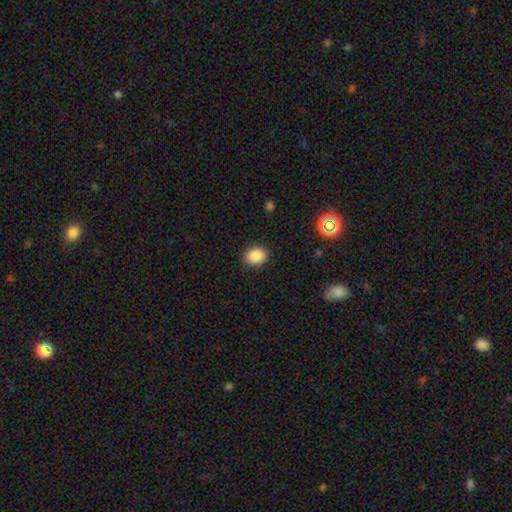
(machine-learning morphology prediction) Smooth or featured: smooth — 87% (star or artifact — 9%)
How rounded: in between — 56% (round — 43%)
Merging: none — 87% (minor disturbance — 9%)